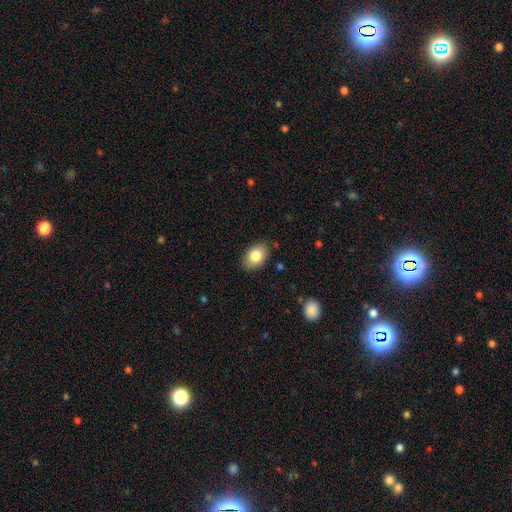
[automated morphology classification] Q: Smooth or featured?
A: smooth (82%); runner-up: featured or disk (10%)
Q: How rounded?
A: in between (83%); runner-up: round (16%)
Q: Merging?
A: none (85%); runner-up: minor disturbance (11%)